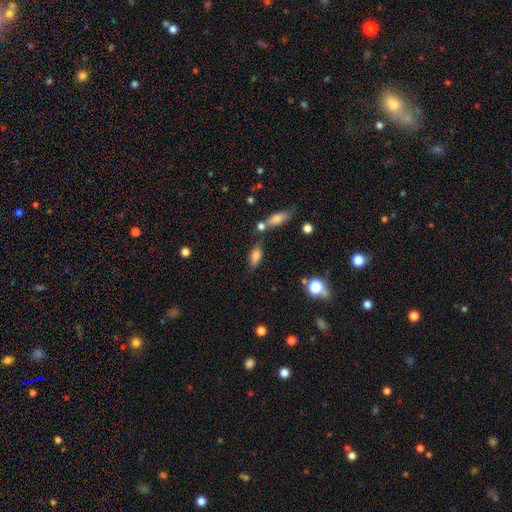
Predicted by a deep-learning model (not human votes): Overall: smooth (76%). How rounded: in between (79%). Merging: none (63%).